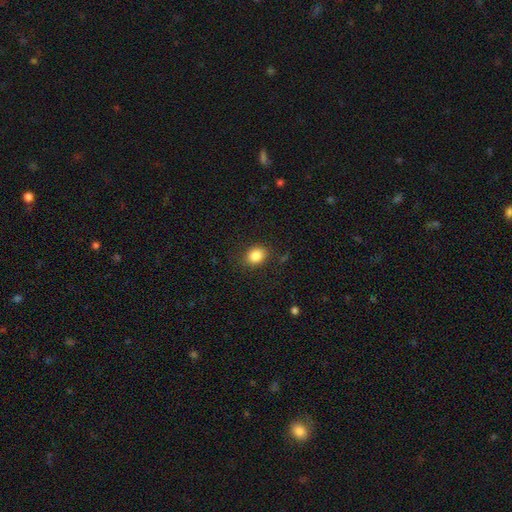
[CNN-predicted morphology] Smooth or featured: smooth — 85% (star or artifact — 10%)
How rounded: in between — 51% (round — 48%)
Merging: none — 85% (minor disturbance — 10%)